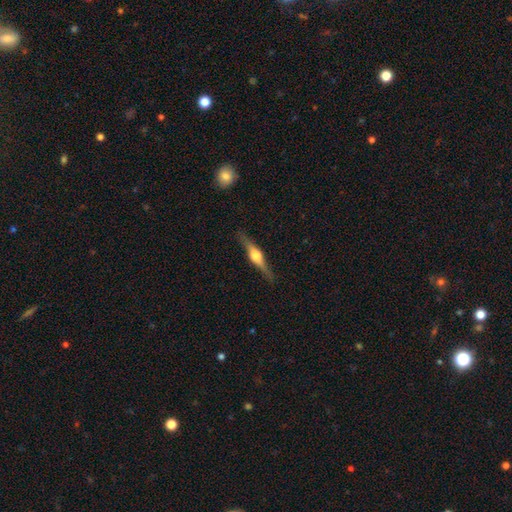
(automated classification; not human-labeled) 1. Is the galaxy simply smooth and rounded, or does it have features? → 78% featured or disk, 17% smooth, 5% star or artifact.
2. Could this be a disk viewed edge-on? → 98% yes, 2% no.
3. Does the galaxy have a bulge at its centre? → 93% rounded, 5% boxy, 2% none.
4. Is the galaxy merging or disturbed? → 88% none, 9% minor disturbance, 2% major disturbance, 1% merger.